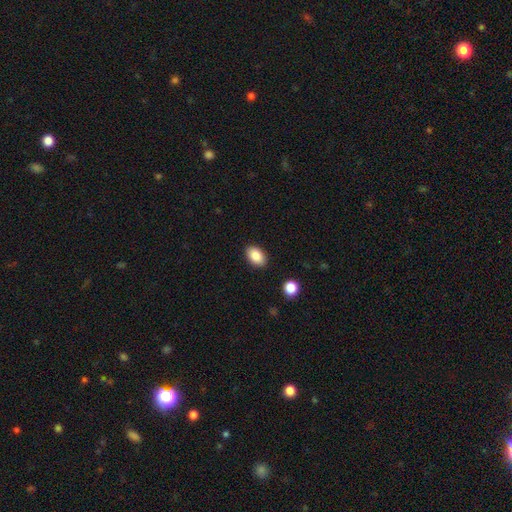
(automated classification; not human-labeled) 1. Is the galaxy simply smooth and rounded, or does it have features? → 87% smooth, 8% star or artifact, 6% featured or disk.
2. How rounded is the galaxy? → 88% in between, 11% round, 1% cigar-shaped.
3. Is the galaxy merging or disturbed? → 89% none, 8% minor disturbance, 2% major disturbance, 1% merger.